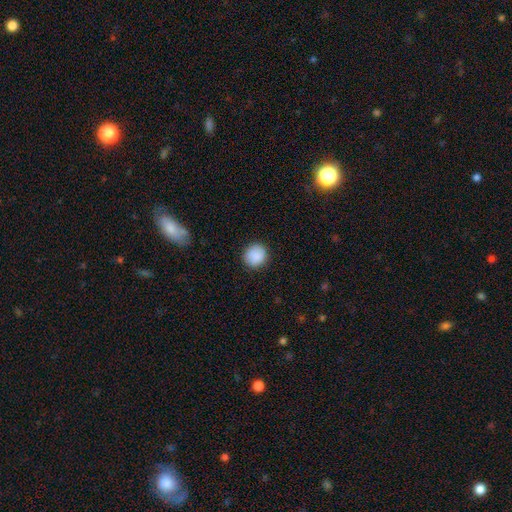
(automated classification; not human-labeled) Morphology: type=smooth (89%); roundness=round (89%); merging=none (88%).